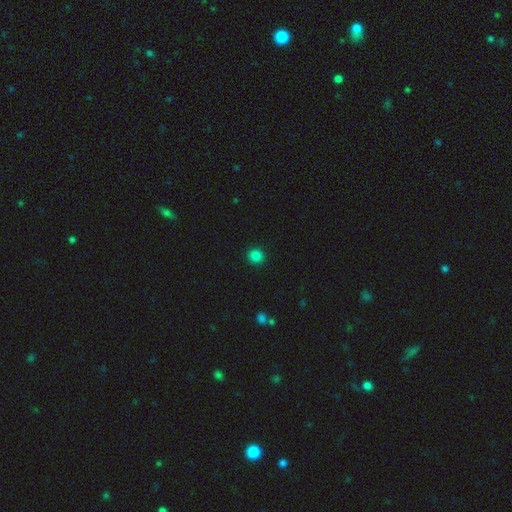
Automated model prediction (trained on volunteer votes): The model was most divided on "smooth or featured": smooth: 84%, star or artifact: 13%, featured or disk: 3%. More confident: merging — none (92%); how rounded — round (89%).